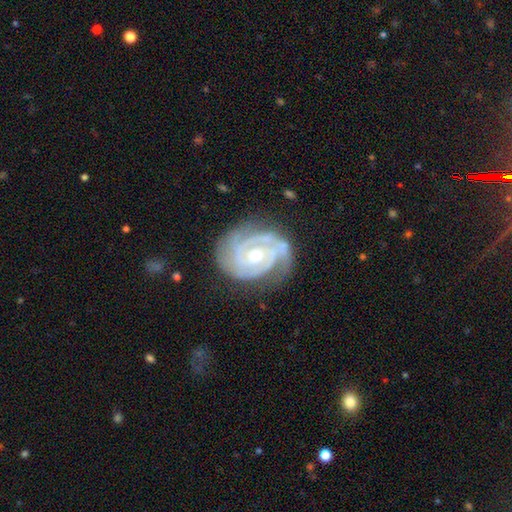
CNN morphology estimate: smooth-or-featured: featured or disk: 91% | smooth: 4% | star or artifact: 4%
  disk-edge-on: no: 98% | yes: 2%
    bar: no: 61% | weak: 30% | strong: 9%
    has-spiral-arms: yes: 98% | no: 2%
      spiral-winding: tight: 74% | medium: 22% | loose: 3%
      spiral-arm-count: 2: 42% | 3: 34% | can't tell: 11% | 4: 5% | 1: 5% | more than 4: 4%
    bulge-size: moderate: 66% | small: 30% | large: 3% | none: 1% | dominant: 1%
  merging: none: 70% | minor disturbance: 21% | major disturbance: 7% | merger: 2%